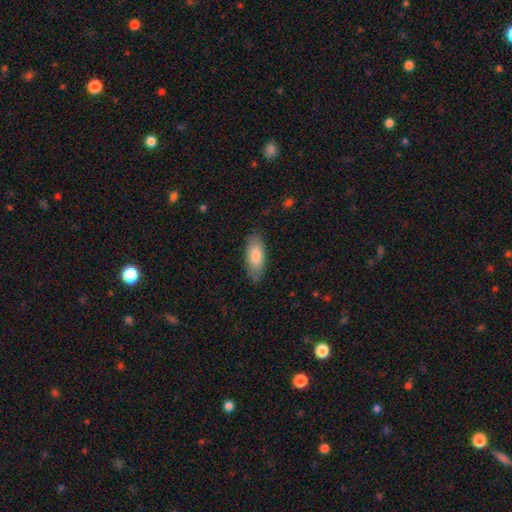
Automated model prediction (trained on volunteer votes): A smooth galaxy with no disk features (80%) that is in between round and cigar-shaped (83%). Merging: none (83%).